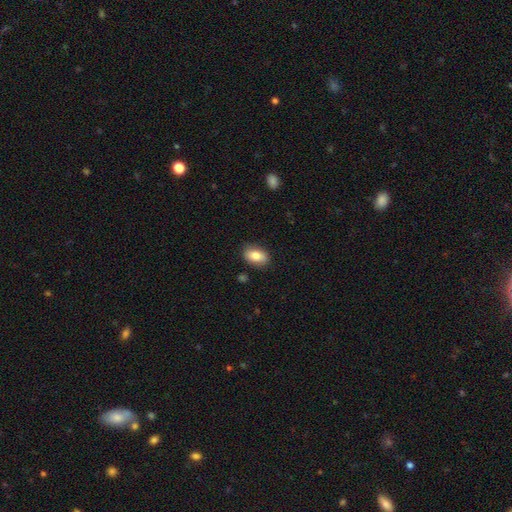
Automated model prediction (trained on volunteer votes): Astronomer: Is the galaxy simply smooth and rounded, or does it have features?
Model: smooth — 79%.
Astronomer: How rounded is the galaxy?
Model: in between — 88%.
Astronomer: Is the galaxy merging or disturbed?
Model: none — 84%.